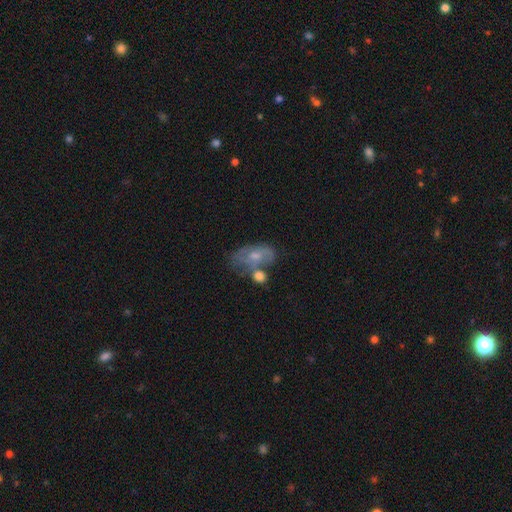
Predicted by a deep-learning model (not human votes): Smooth or featured?
  - featured or disk: 47% *
  - smooth: 44%
  - star or artifact: 9%
Merging?
  - none: 34% *
  - merger: 30%
  - minor disturbance: 21%
  - major disturbance: 15%